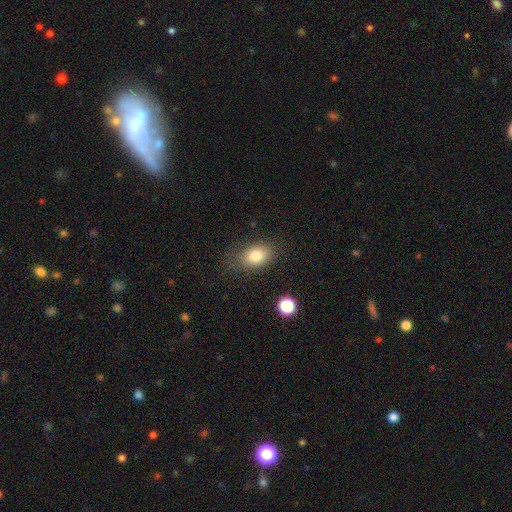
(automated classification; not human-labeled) Smooth or featured?
  - smooth: 81% *
  - star or artifact: 10%
  - featured or disk: 9%
How rounded?
  - in between: 80% *
  - round: 19%
  - cigar-shaped: 1%
Merging?
  - none: 76% *
  - minor disturbance: 16%
  - major disturbance: 6%
  - merger: 2%